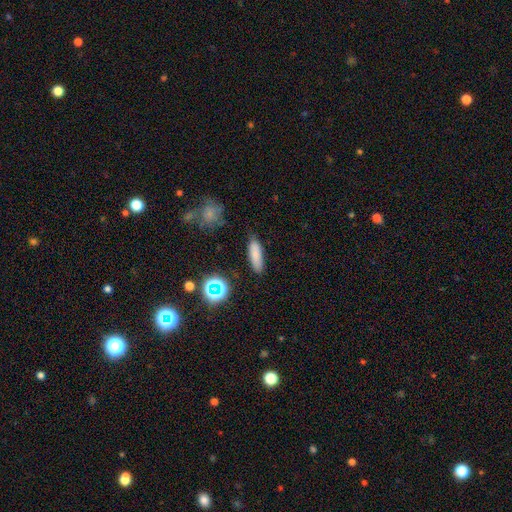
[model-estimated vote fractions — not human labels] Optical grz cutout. It shows a smooth galaxy with no disk features (79%) that is cigar-shaped (57%). Merging: none (82%).